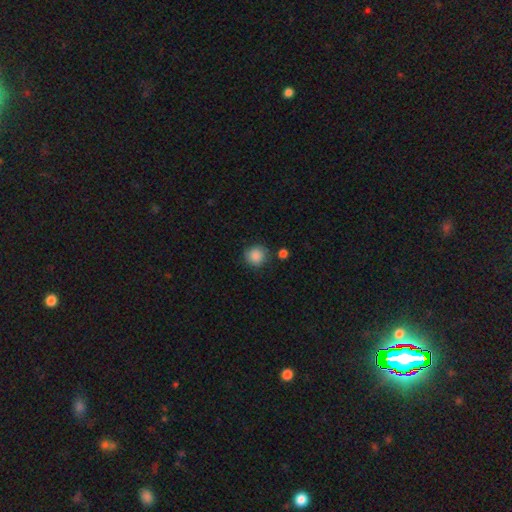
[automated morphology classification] A smooth galaxy with no disk features (87%) that is round (91%).

Vote fractions:
- Smooth or featured? smooth: 87% / star or artifact: 9% / featured or disk: 4%
- How rounded? round: 91% / in between: 8% / cigar-shaped: 1%
- Merging? none: 81% / minor disturbance: 11% / merger: 4% / major disturbance: 3%